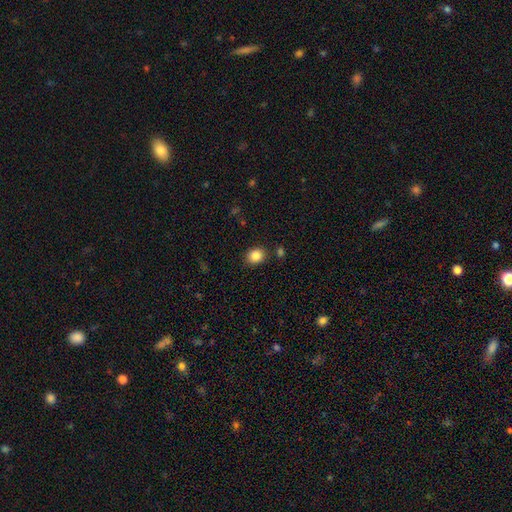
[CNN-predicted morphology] Smooth or featured? smooth (86%)
How rounded? round (63%)
Merging? none (85%)